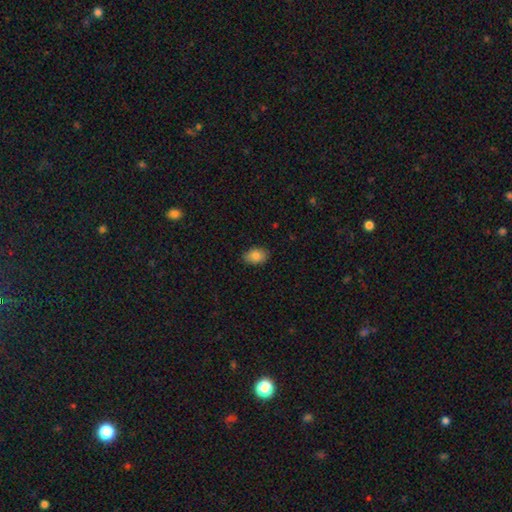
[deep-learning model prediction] Q: Smooth or featured?
A: smooth (85%); runner-up: star or artifact (8%)
Q: How rounded?
A: in between (87%); runner-up: round (12%)
Q: Merging?
A: none (87%); runner-up: minor disturbance (10%)